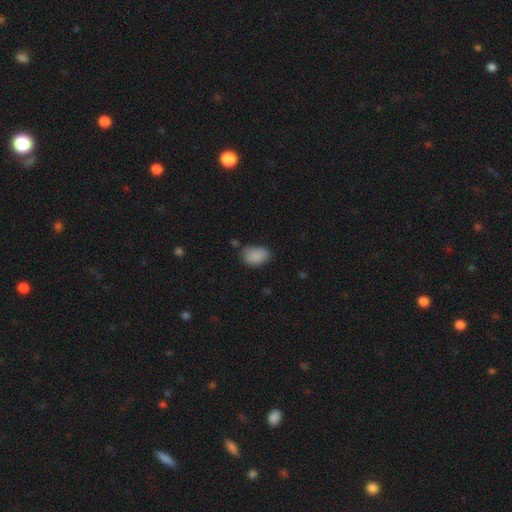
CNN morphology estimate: A smooth galaxy with no disk features (88%) that is in between round and cigar-shaped (87%). Merging: none (67%).